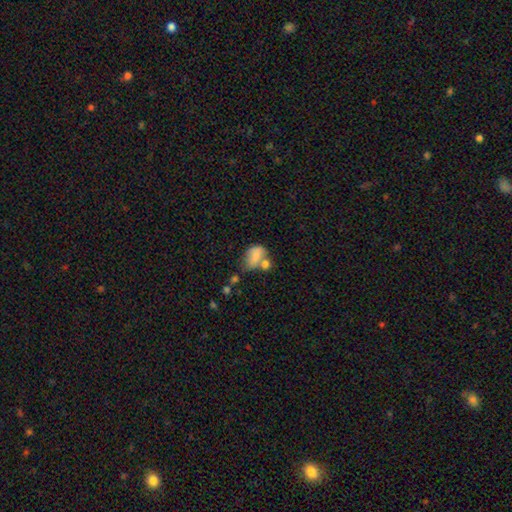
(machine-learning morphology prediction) Overall: smooth (72%). How rounded: in between (79%). Merging: merger (42%; none 25%).